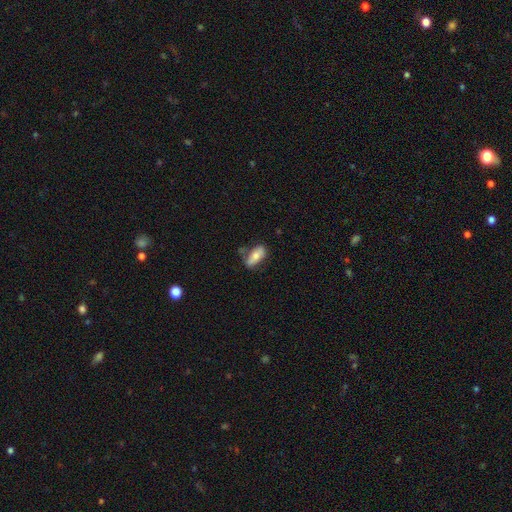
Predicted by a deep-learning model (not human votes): A smooth galaxy with no disk features (68%) that is in between round and cigar-shaped (82%).

Vote fractions:
- Smooth or featured? smooth: 68% / featured or disk: 26% / star or artifact: 7%
- How rounded? in between: 82% / cigar-shaped: 15% / round: 3%
- Merging? none: 63% / minor disturbance: 24% / major disturbance: 7% / merger: 6%